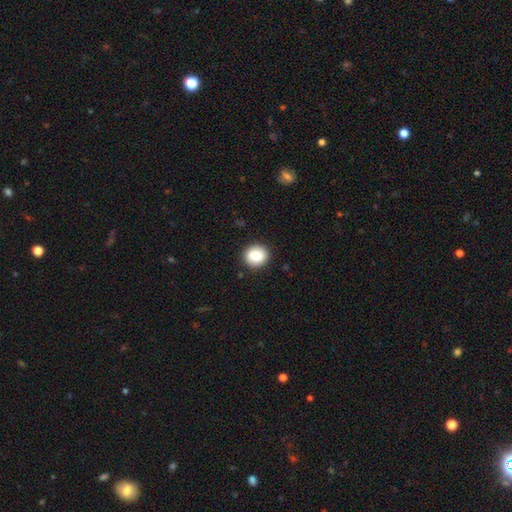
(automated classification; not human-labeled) smooth_or_featured: smooth (p=0.81) [alt: featured or disk p=0.10]
how_rounded: round (p=0.83) [alt: in between p=0.16]
merging: none (p=0.90) [alt: minor disturbance p=0.07]